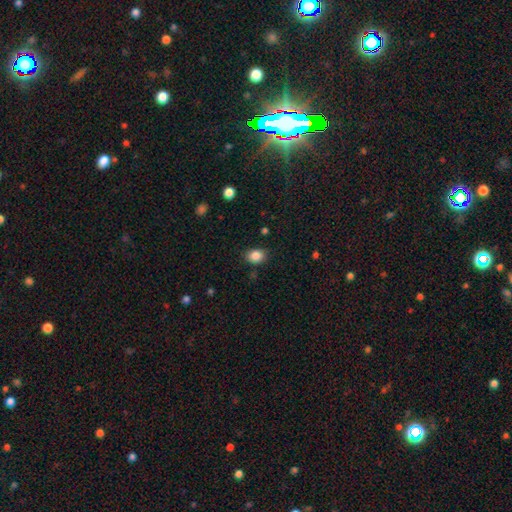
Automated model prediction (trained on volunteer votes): This appears to be a smooth galaxy with no disk features (86%) that is in between round and cigar-shaped (62%). Merging: none (82%).